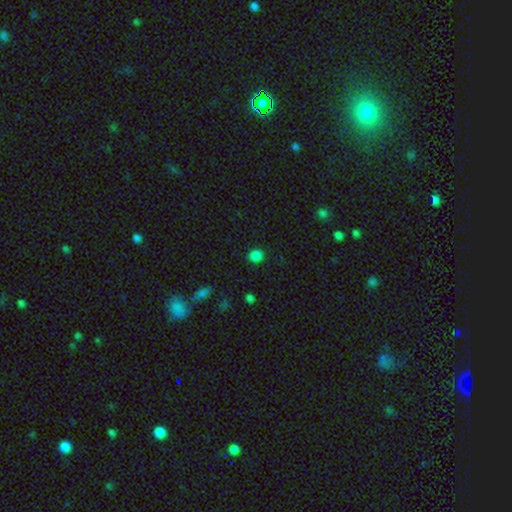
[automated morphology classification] smooth_or_featured: smooth (p=0.82) [alt: star or artifact p=0.15]
how_rounded: round (p=0.85) [alt: in between p=0.14]
merging: none (p=0.87) [alt: minor disturbance p=0.09]